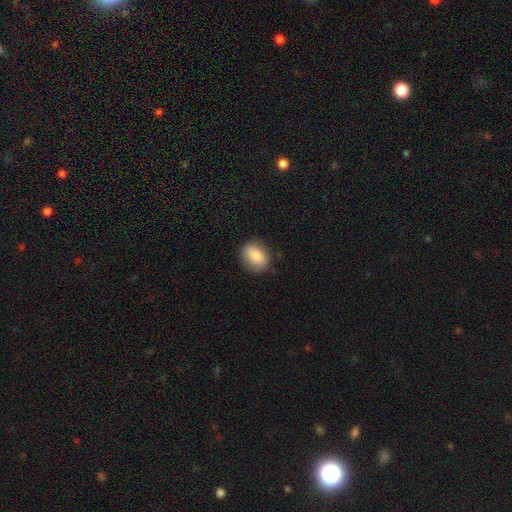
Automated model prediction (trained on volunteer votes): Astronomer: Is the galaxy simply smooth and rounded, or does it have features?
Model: smooth — 83%.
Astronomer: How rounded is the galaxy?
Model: in between — 70%.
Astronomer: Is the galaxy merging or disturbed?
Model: none — 81%.